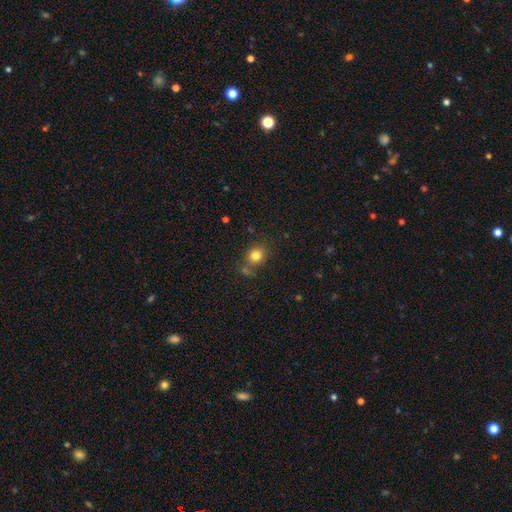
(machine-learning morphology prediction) A smooth galaxy with no disk features (81%) that is round (77%).

Vote fractions:
- Smooth or featured? smooth: 81% / star or artifact: 12% / featured or disk: 8%
- How rounded? round: 77% / in between: 22% / cigar-shaped: 1%
- Merging? none: 68% / merger: 13% / minor disturbance: 13% / major disturbance: 5%